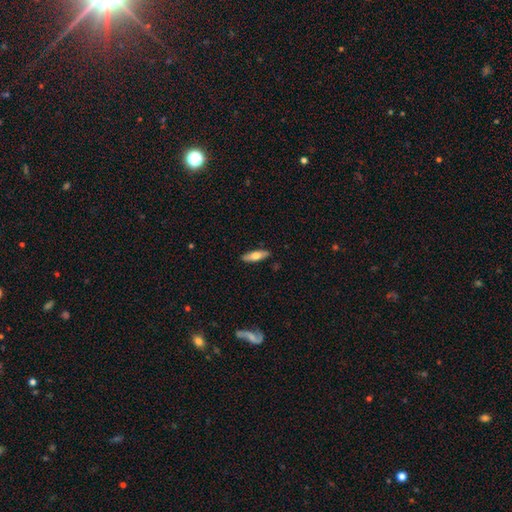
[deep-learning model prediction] A smooth galaxy with no disk features (66%) that is in between round and cigar-shaped (49%, tied with cigar-shaped).

Vote fractions:
- Smooth or featured? smooth: 66% / featured or disk: 29% / star or artifact: 6%
- How rounded? in between: 49% (tied) / cigar-shaped: 49% (tied) / round: 2%
- Merging? none: 88% / minor disturbance: 9% / major disturbance: 2% / merger: 1%